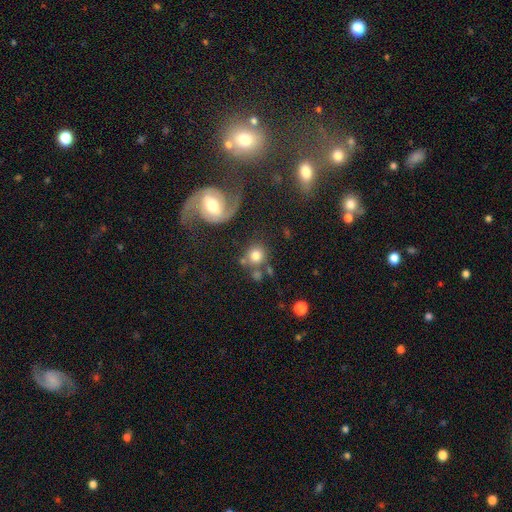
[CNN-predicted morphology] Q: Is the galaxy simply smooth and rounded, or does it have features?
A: smooth — 75%.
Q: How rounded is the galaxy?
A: round — 87%.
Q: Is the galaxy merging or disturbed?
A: none — 63%.